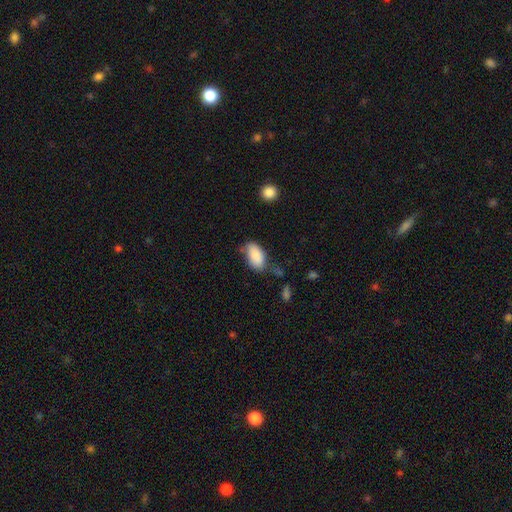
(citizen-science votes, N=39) smooth 87%, star or artifact 8%, featured or disk 5%. Down the decision tree: how rounded — in between (97%); merging — none (61%).